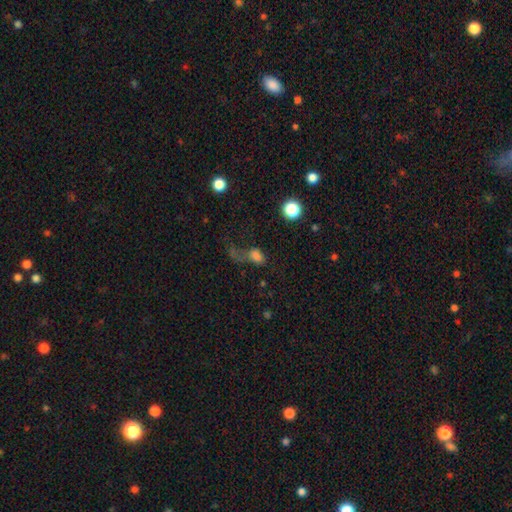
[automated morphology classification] Overall: smooth (67%). How rounded: in between (71%). Merging: major disturbance (52%; none 22%).